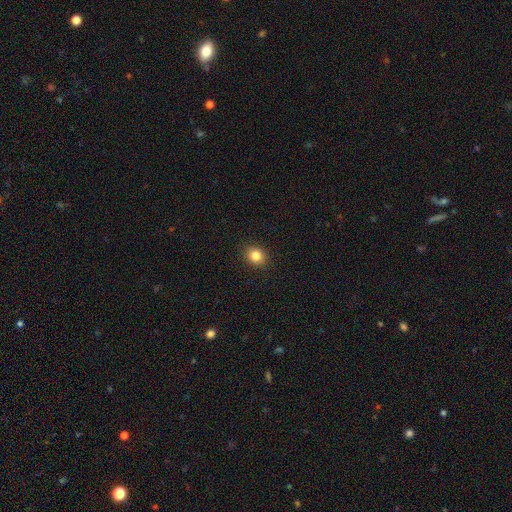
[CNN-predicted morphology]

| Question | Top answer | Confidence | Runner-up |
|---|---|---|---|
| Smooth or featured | smooth | 84% | star or artifact (11%) |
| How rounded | round | 65% | in between (34%) |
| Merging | none | 91% | minor disturbance (6%) |